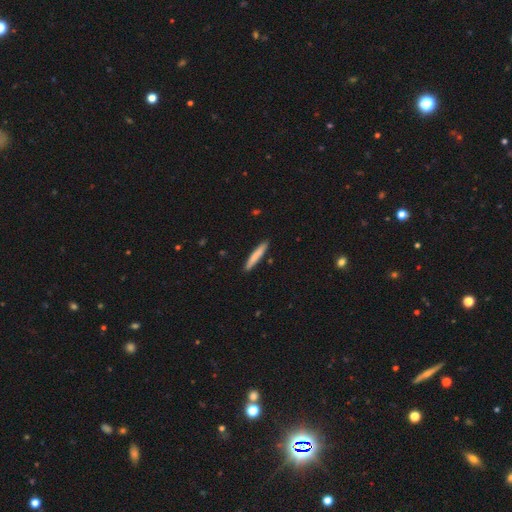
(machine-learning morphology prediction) Q: Smooth or featured?
A: smooth (78%); runner-up: featured or disk (17%)
Q: How rounded?
A: cigar-shaped (94%); runner-up: in between (5%)
Q: Merging?
A: none (89%); runner-up: minor disturbance (8%)